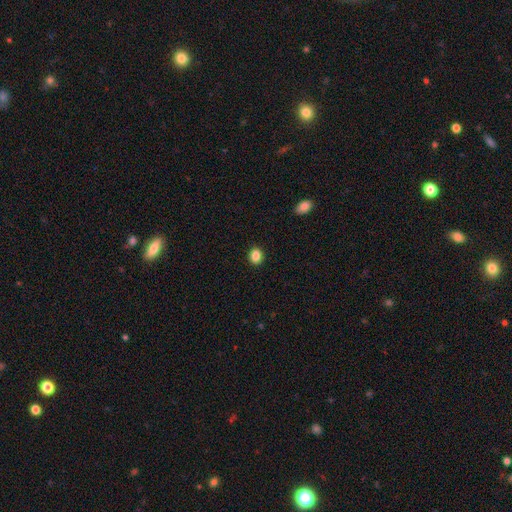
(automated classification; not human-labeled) This appears to be a smooth galaxy with no disk features (87%) that is round (61%). Merging: none (91%).